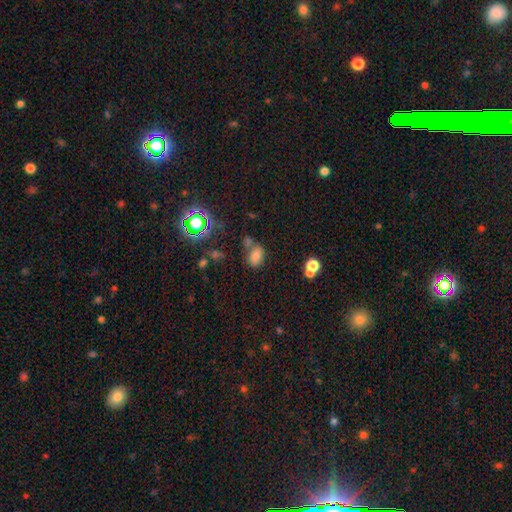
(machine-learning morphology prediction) type=smooth (72%); roundness=in between (80%); merging=none (57%).